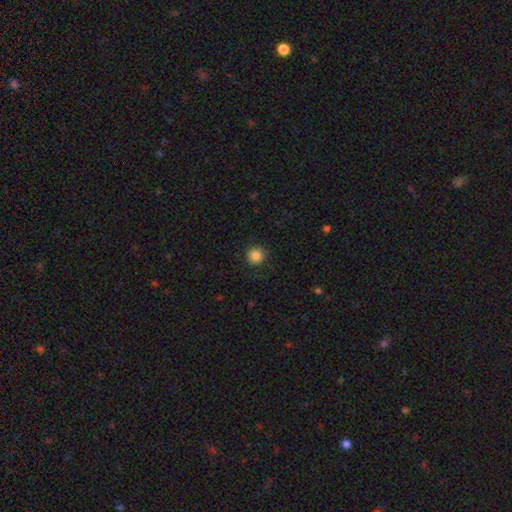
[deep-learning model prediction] smooth 86%, star or artifact 11%, featured or disk 3%. Down the decision tree: how rounded — round (94%); merging — none (89%).